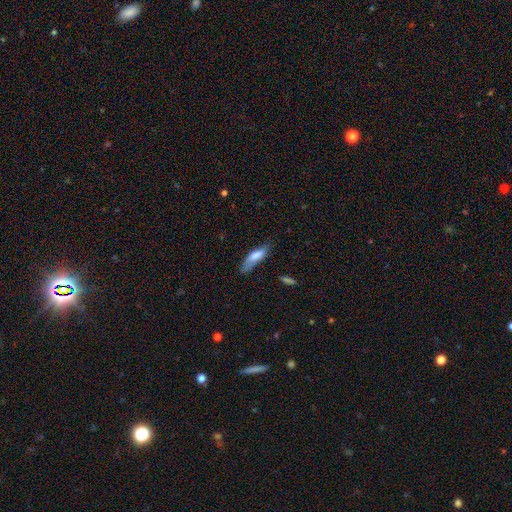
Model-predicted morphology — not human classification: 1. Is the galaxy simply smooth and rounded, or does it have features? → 71% smooth, 22% featured or disk, 7% star or artifact.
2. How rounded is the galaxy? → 54% cigar-shaped, 44% in between, 2% round.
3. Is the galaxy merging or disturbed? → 55% none, 31% minor disturbance, 11% major disturbance, 3% merger.